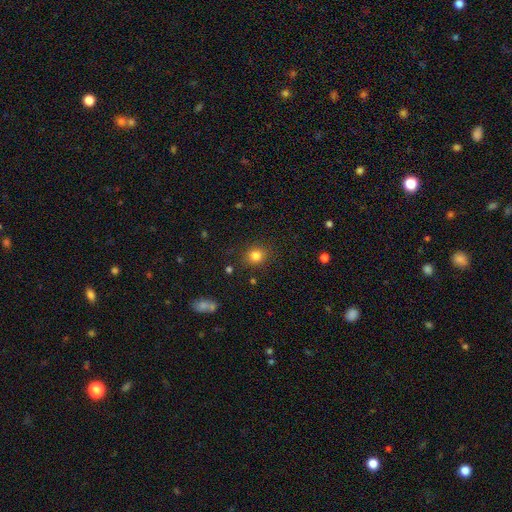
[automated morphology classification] smooth_or_featured: smooth (p=0.82) [alt: star or artifact p=0.12]
how_rounded: round (p=0.80) [alt: in between p=0.19]
merging: none (p=0.86) [alt: minor disturbance p=0.09]